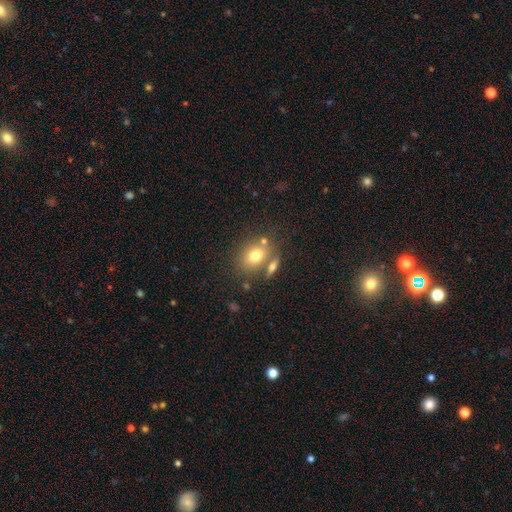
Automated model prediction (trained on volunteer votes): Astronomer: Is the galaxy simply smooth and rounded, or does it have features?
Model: smooth — 73%.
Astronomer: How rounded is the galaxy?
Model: in between — 56% (runner-up: round, 42%).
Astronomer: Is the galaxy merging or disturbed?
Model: none — 58%.